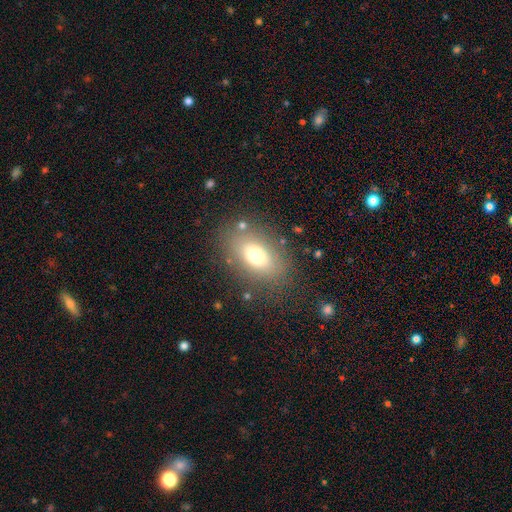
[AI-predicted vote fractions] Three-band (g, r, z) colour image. It shows a smooth galaxy with no disk features (71%) that is in between round and cigar-shaped (80%). Merging: none (78%).